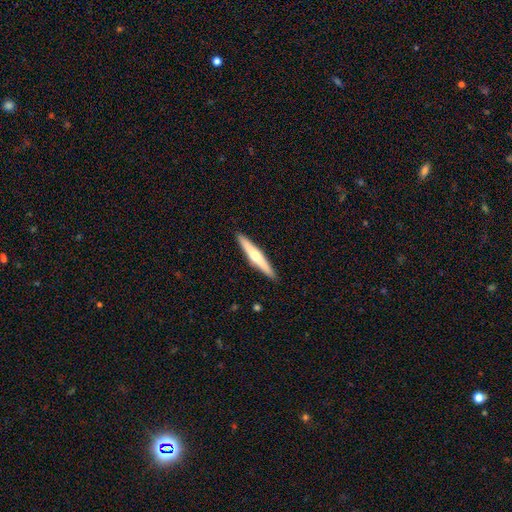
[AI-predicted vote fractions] smooth_or_featured: featured or disk (p=0.54) [alt: smooth p=0.41]
disk_edge_on: yes (p=0.96) [alt: no p=0.04]
edge_on_bulge: rounded (p=0.84) [alt: none p=0.13]
merging: none (p=0.91) [alt: minor disturbance p=0.06]